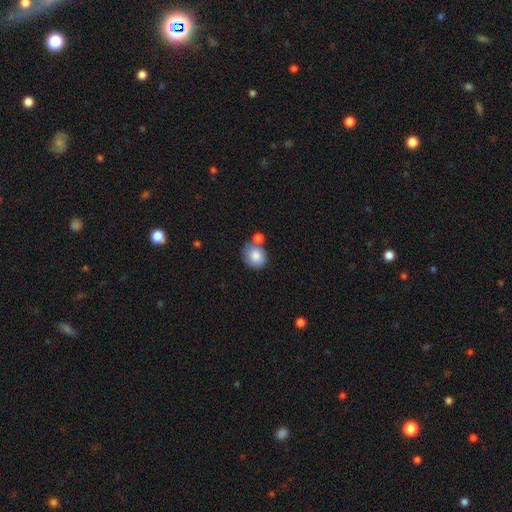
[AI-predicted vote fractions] Morphology: type=smooth (84%); roundness=round (72%); merging=none (52%).